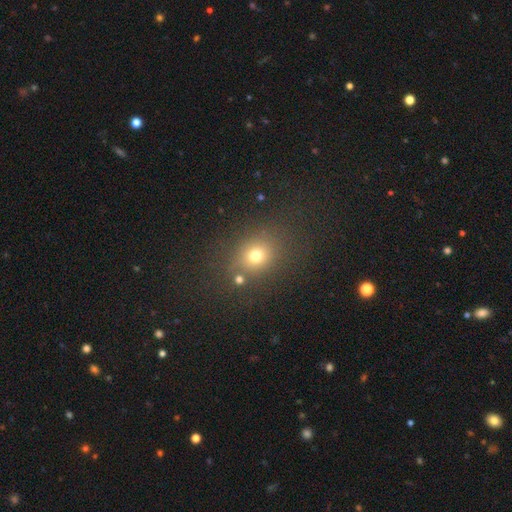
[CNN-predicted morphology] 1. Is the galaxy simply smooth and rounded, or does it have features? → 71% smooth, 20% star or artifact, 9% featured or disk.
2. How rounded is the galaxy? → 68% round, 31% in between, 1% cigar-shaped.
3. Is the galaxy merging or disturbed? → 75% none, 12% minor disturbance, 6% merger, 6% major disturbance.